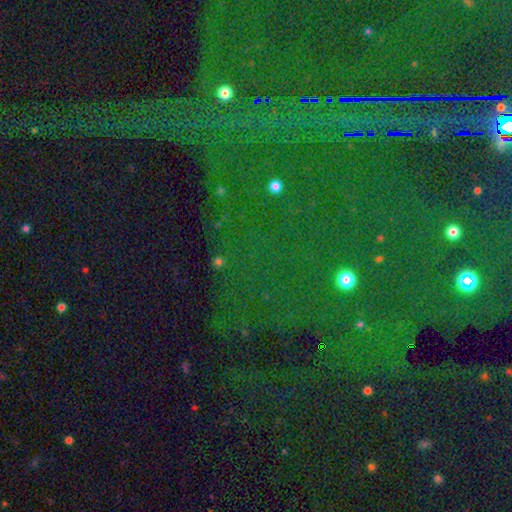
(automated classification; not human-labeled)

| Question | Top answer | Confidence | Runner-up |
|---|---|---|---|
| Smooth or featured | star or artifact | 87% | smooth (7%) |